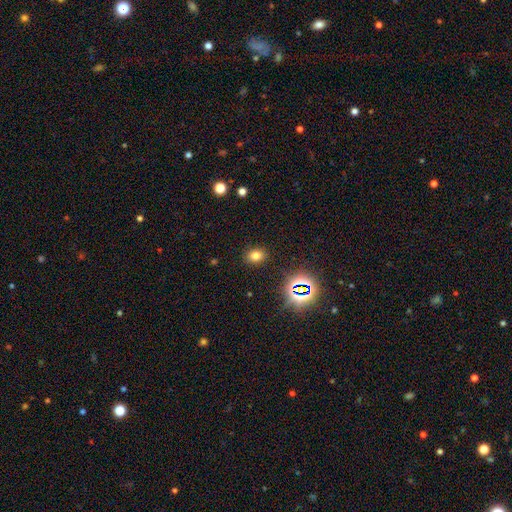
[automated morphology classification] Smooth or featured: smooth — 72% (star or artifact — 21%)
How rounded: in between — 56% (round — 43%)
Merging: none — 88% (minor disturbance — 8%)